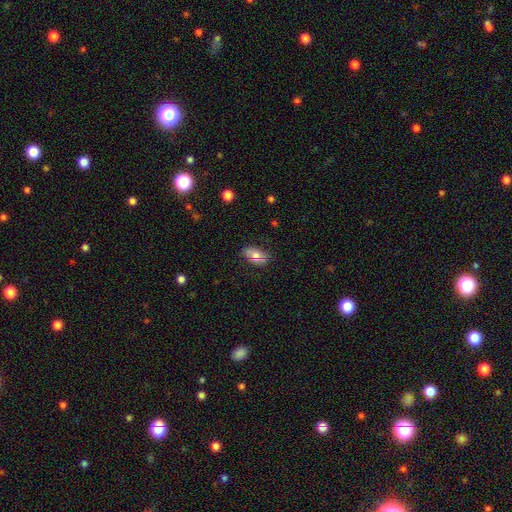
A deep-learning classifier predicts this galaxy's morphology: This appears to be a smooth galaxy with no disk features (64%) that is in between round and cigar-shaped (89%). Merging: none (78%).